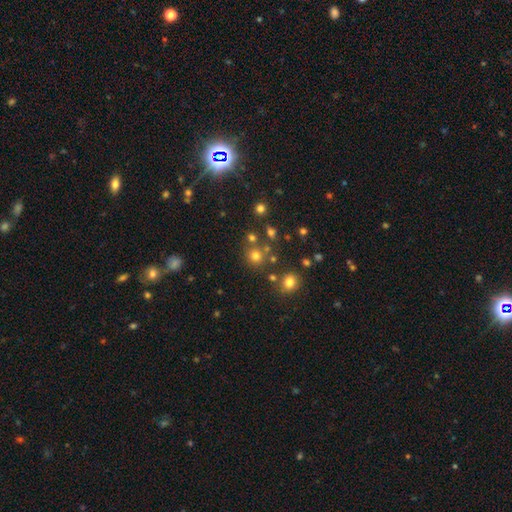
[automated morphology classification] Smooth or featured: smooth — 73% (star or artifact — 20%)
How rounded: round — 91% (in between — 8%)
Merging: none — 75% (merger — 13%)